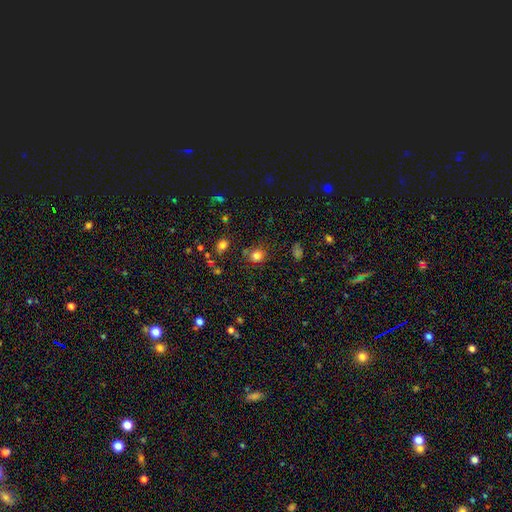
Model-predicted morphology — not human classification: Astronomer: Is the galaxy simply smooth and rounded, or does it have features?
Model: smooth — 79%.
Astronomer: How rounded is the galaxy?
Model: round — 75%.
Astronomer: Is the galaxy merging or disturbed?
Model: none — 74%.